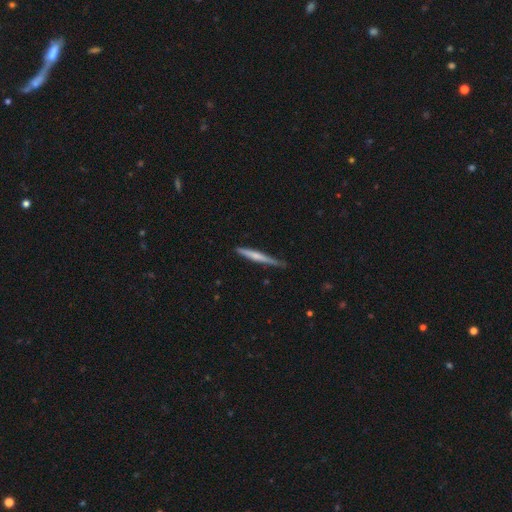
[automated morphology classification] The model was most divided on "smooth or featured": smooth: 52%, featured or disk: 43%, star or artifact: 5%. More confident: how rounded — cigar-shaped (96%); merging — none (75%).